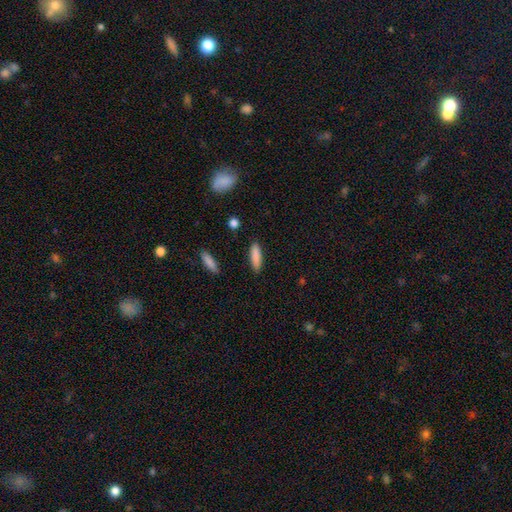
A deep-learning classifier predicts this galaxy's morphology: This appears to be a smooth galaxy with no disk features (87%) that is cigar-shaped (67%). Merging: none (89%).